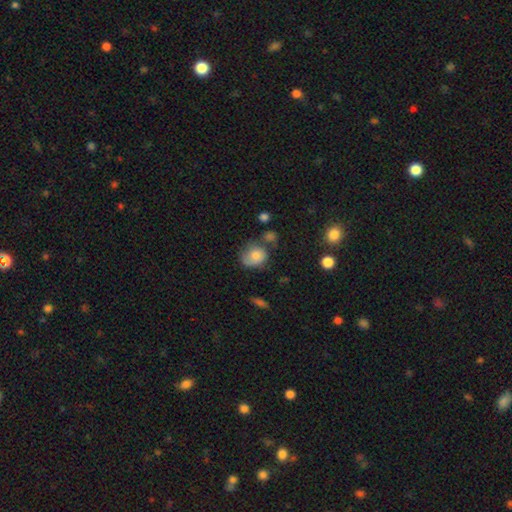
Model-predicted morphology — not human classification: Overall: smooth (72%). How rounded: round (59%; in between 40%). Merging: none (44%; minor disturbance 29%).